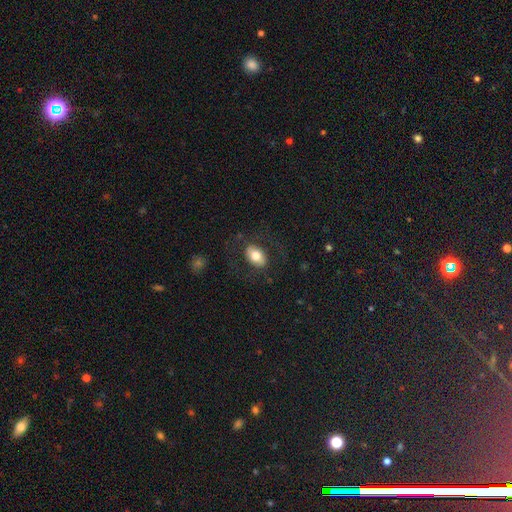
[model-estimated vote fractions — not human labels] A smooth galaxy with no disk features (67%) that is in between round and cigar-shaped (85%). Merging: none (77%).